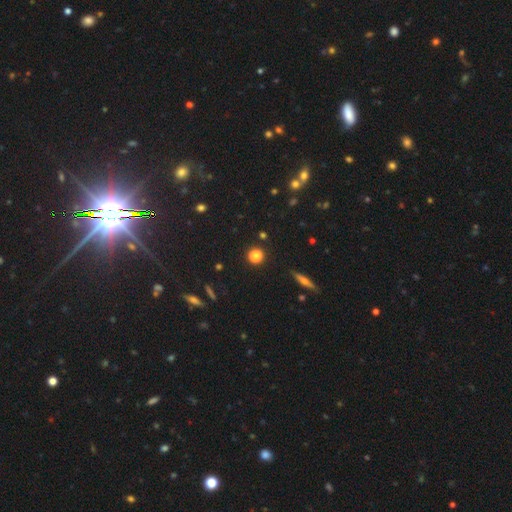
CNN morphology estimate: Smooth or featured: smooth — 79% (star or artifact — 13%)
How rounded: round — 84% (in between — 14%)
Merging: none — 79% (minor disturbance — 14%)